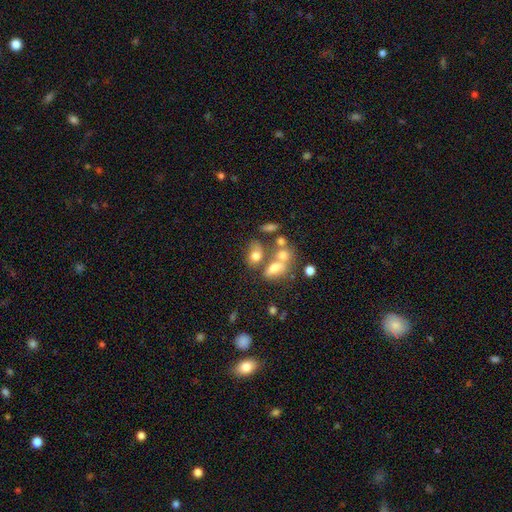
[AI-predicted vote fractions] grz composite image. It shows a smooth galaxy with no disk features (68%) that is in between round and cigar-shaped (74%). Merging: merger (40%).